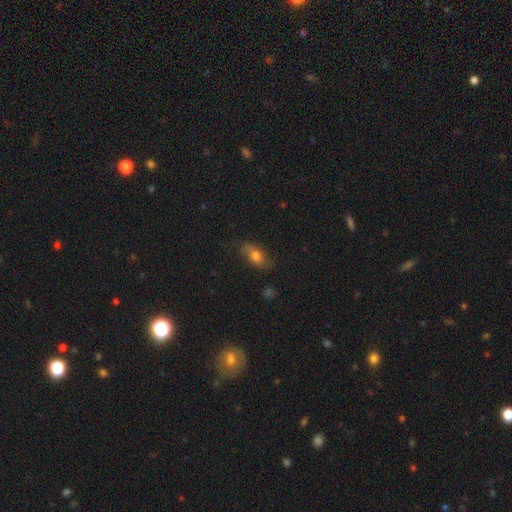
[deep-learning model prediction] Overall: smooth (71%). How rounded: in between (80%). Merging: none (69%).